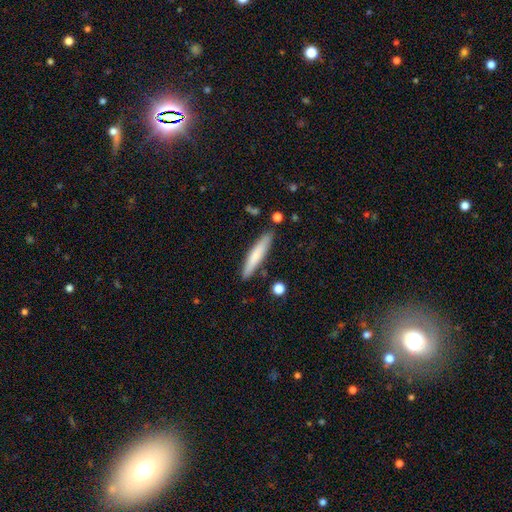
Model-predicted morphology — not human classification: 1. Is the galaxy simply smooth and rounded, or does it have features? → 71% smooth, 23% featured or disk, 6% star or artifact.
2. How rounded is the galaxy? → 91% cigar-shaped, 8% in between, 1% round.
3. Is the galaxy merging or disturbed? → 85% none, 10% minor disturbance, 3% merger, 2% major disturbance.